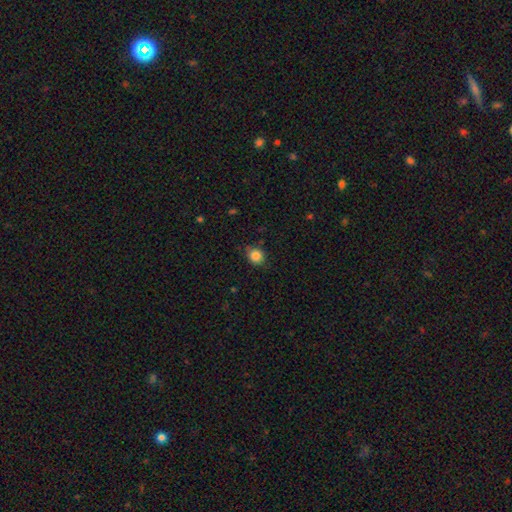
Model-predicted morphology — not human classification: smooth 86%, star or artifact 10%, featured or disk 4%. Down the decision tree: how rounded — round (70%); merging — none (78%).